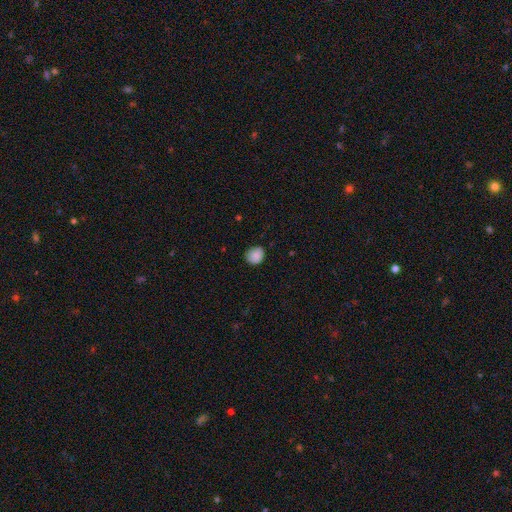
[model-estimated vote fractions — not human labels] Smooth or featured? smooth (87%)
How rounded? round (77%)
Merging? none (79%)